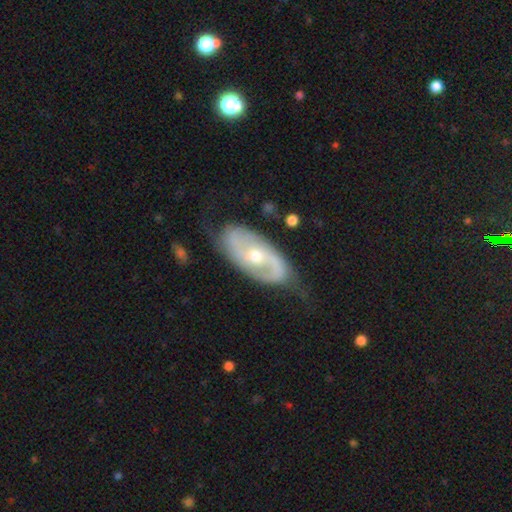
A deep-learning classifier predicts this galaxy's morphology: A featured or disk galaxy (79%) with no bar (61%), 2 (78%) medium (41%) spiral arms (87%) and a moderate central bulge (53%). Merging: none (64%).